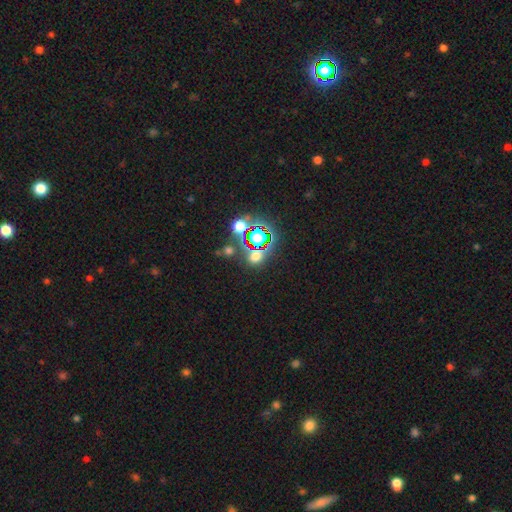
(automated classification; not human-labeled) smooth_or_featured: star or artifact (p=0.48) [alt: smooth p=0.43]